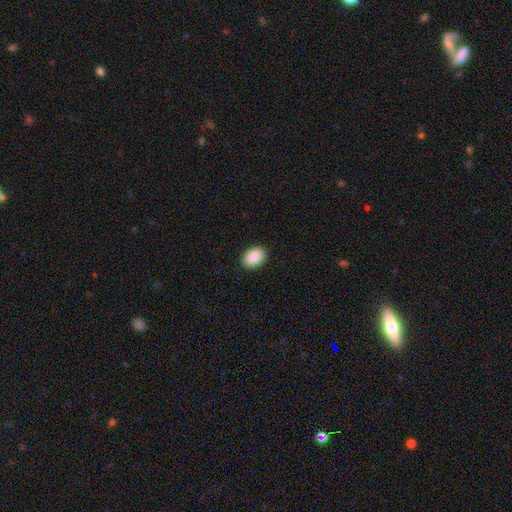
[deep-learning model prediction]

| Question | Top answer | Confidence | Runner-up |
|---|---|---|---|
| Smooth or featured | smooth | 91% | star or artifact (7%) |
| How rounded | in between | 84% | round (15%) |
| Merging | none | 90% | minor disturbance (7%) |